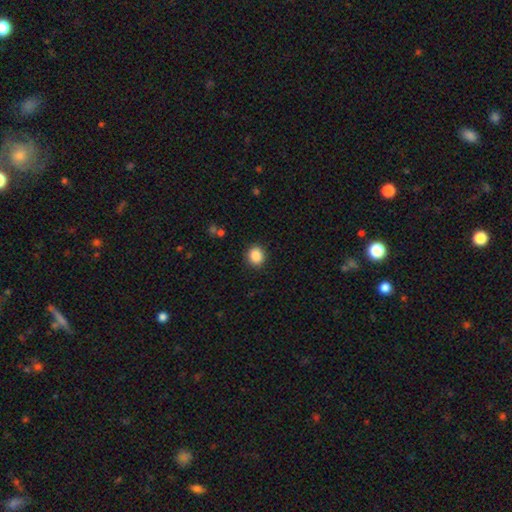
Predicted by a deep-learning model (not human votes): smooth-or-featured: smooth: 87% | star or artifact: 9% | featured or disk: 4%
  how-rounded: round: 79% | in between: 20% | cigar-shaped: 1%
  merging: none: 90% | minor disturbance: 7% | major disturbance: 2% | merger: 1%